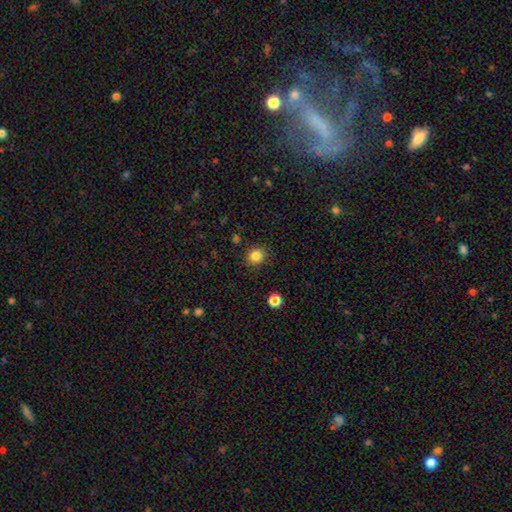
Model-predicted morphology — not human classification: Q: Smooth or featured?
A: smooth (84%); runner-up: star or artifact (12%)
Q: How rounded?
A: round (75%); runner-up: in between (24%)
Q: Merging?
A: none (88%); runner-up: minor disturbance (8%)